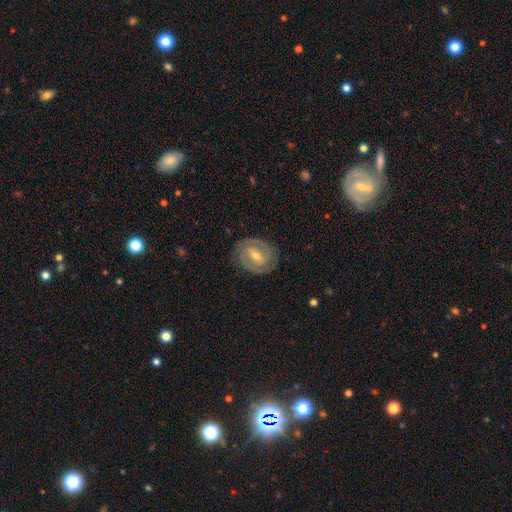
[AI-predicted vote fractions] Q: Smooth or featured?
A: featured or disk (80%); runner-up: smooth (14%)
Q: Edge-on disk?
A: no (96%); runner-up: yes (4%)
Q: Bar?
A: weak (48%); runner-up: strong (34%)
Q: Spiral arms?
A: yes (89%); runner-up: no (11%)
Q: Spiral winding?
A: tight (65%); runner-up: medium (29%)
Q: Spiral arm count?
A: 2 (79%); runner-up: can't tell (11%)
Q: Bulge size?
A: moderate (55%); runner-up: small (41%)
Q: Merging?
A: none (84%); runner-up: minor disturbance (11%)